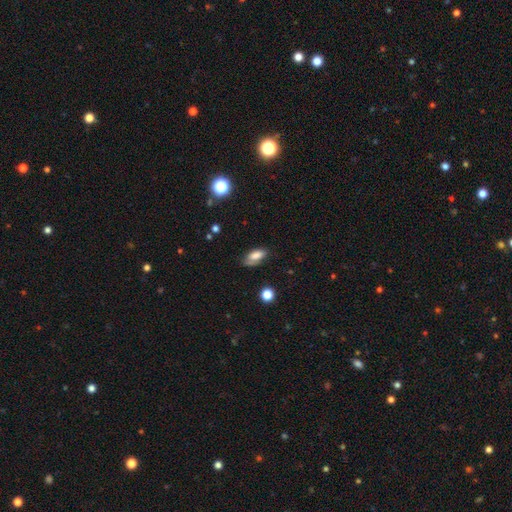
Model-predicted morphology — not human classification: smooth 75%, featured or disk 15%, star or artifact 9%. Down the decision tree: how rounded — in between (86%); merging — none (60%).